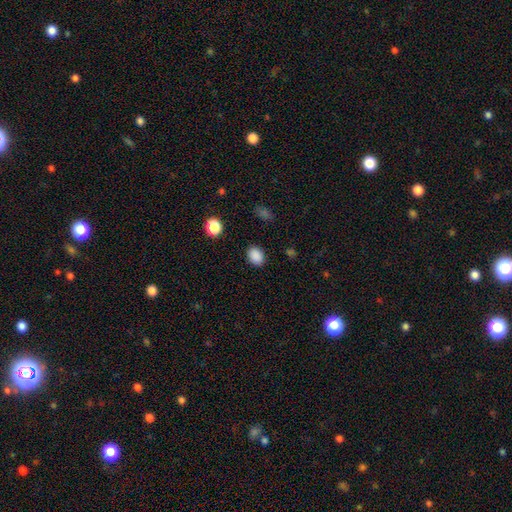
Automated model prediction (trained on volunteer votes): The model was most divided on "how rounded": in between: 64%, round: 35%, cigar-shaped: 1%. More confident: merging — none (87%); smooth or featured — smooth (87%).